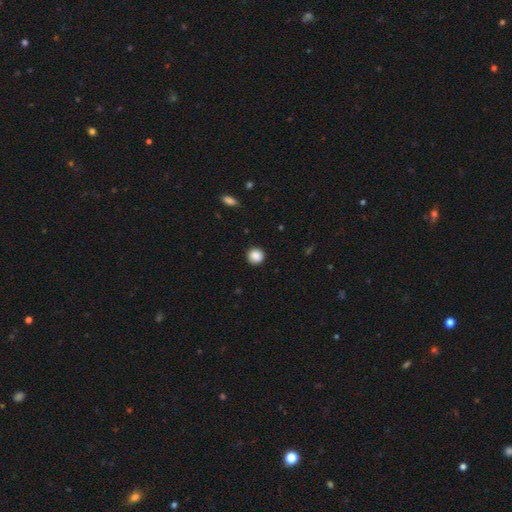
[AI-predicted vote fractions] Morphology: type=smooth (88%); roundness=round (94%); merging=none (91%).